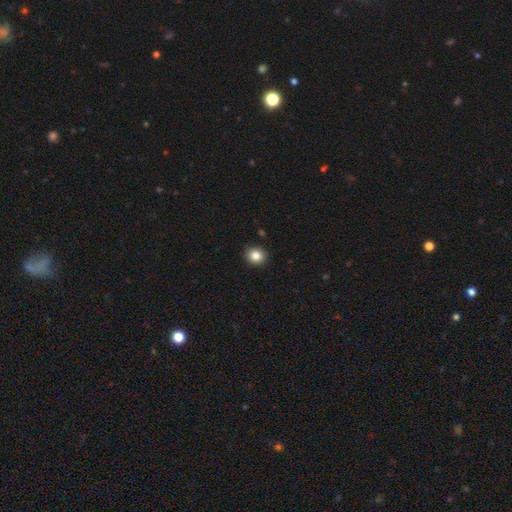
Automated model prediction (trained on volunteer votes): A smooth galaxy with no disk features (85%) that is round (81%).

Vote fractions:
- Smooth or featured? smooth: 85% / star or artifact: 10% / featured or disk: 5%
- How rounded? round: 81% / in between: 18% / cigar-shaped: 1%
- Merging? none: 91% / minor disturbance: 6% / major disturbance: 2% / merger: 1%